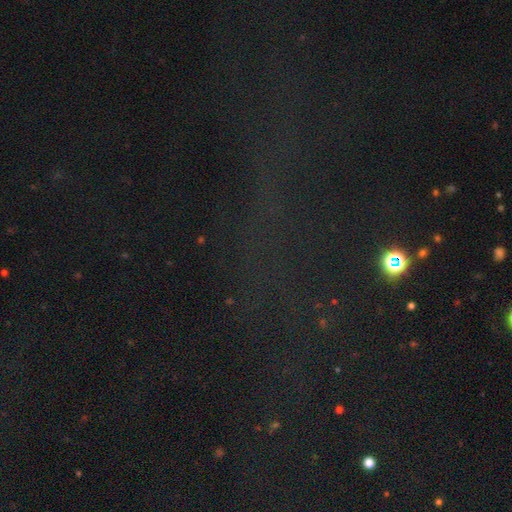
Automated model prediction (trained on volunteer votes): star or artifact 73%, smooth 17%, featured or disk 10%.